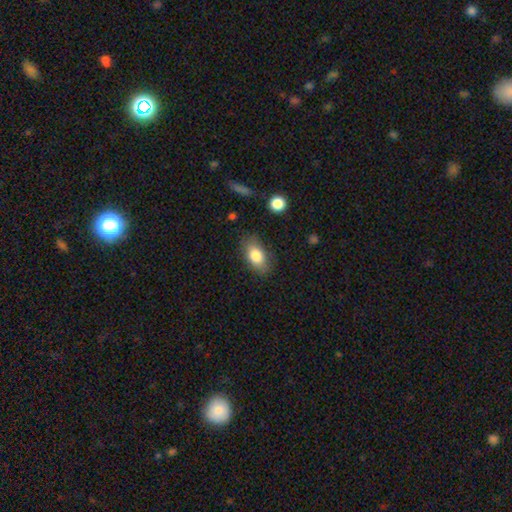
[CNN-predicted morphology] Overall: smooth (80%). How rounded: in between (88%). Merging: none (81%).